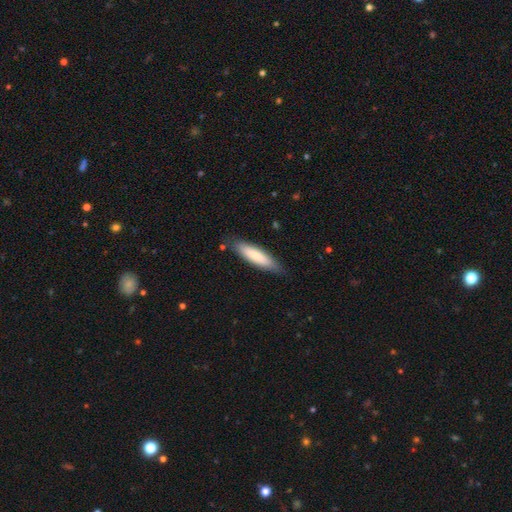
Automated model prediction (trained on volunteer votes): Smooth or featured: smooth — 77% (featured or disk — 17%)
How rounded: cigar-shaped — 73% (in between — 26%)
Merging: none — 83% (minor disturbance — 13%)